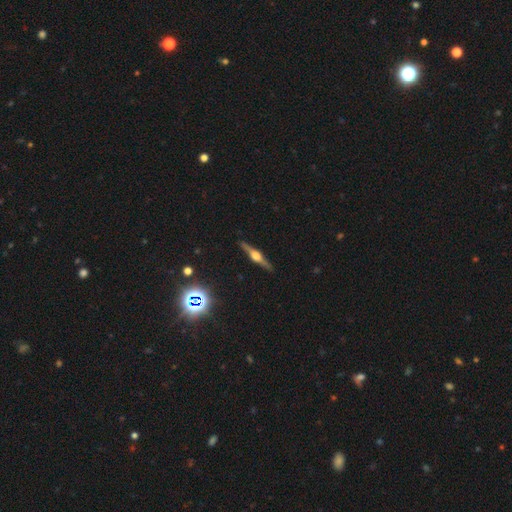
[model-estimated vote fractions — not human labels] A featured or disk galaxy (82%) viewed edge-on (98%) with a rounded central bulge (92%).

Vote fractions:
- Smooth or featured? featured or disk: 82% / smooth: 11% / star or artifact: 7%
- Edge-on disk? yes: 98% / no: 2%
- Edge-on bulge? rounded: 92% / boxy: 6% / none: 2%
- Merging? none: 91% / minor disturbance: 6% / major disturbance: 1% / merger: 1%